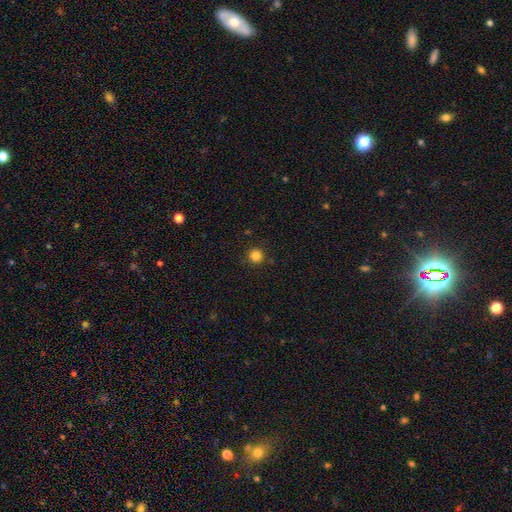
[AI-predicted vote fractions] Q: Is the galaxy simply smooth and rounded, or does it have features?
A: smooth — 84%.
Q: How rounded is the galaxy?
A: round — 95%.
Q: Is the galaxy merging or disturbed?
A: none — 91%.